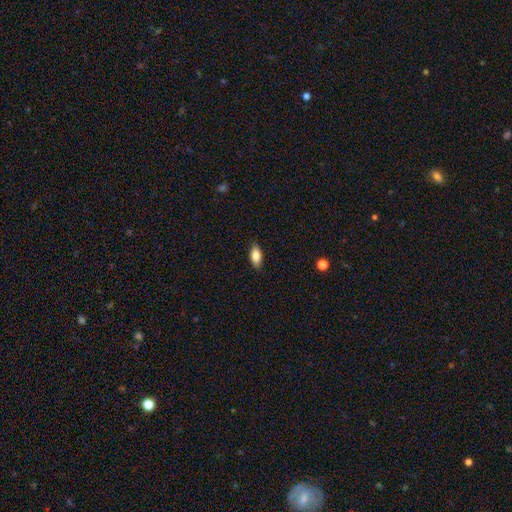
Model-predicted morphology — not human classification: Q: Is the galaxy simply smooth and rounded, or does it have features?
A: smooth — 82%.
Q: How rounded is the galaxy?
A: in between — 86%.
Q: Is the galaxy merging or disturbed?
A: none — 86%.